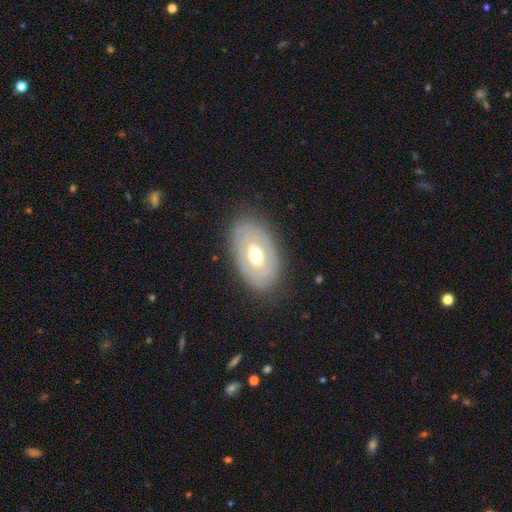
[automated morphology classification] Smooth or featured? Predicted: featured or disk (p=0.58). Edge-on disk? Predicted: no (p=0.90). Bar? Predicted: no (p=0.75). Spiral arms? Predicted: no (p=0.75). Bulge size? Predicted: moderate (p=0.71). Merging? Predicted: none (p=0.82).